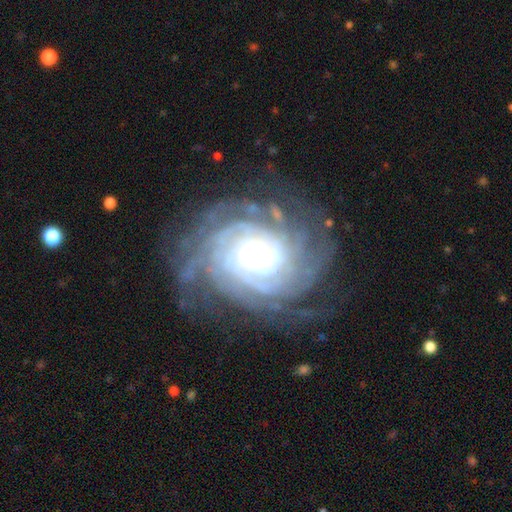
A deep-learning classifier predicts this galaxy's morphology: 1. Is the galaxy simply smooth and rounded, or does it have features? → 90% featured or disk, 5% star or artifact, 4% smooth.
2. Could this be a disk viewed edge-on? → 97% no, 3% yes.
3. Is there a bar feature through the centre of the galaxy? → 71% no, 21% weak, 8% strong.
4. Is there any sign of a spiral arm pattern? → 98% yes, 2% no.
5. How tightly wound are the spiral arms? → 79% tight, 17% medium, 4% loose.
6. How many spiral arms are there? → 26% can't tell, 24% more than 4, 18% 4, 13% 3, 11% 2, 8% 1.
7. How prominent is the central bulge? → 58% moderate, 29% small, 10% large, 1% dominant, 1% none.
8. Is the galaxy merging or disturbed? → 71% none, 17% minor disturbance, 10% major disturbance, 2% merger.